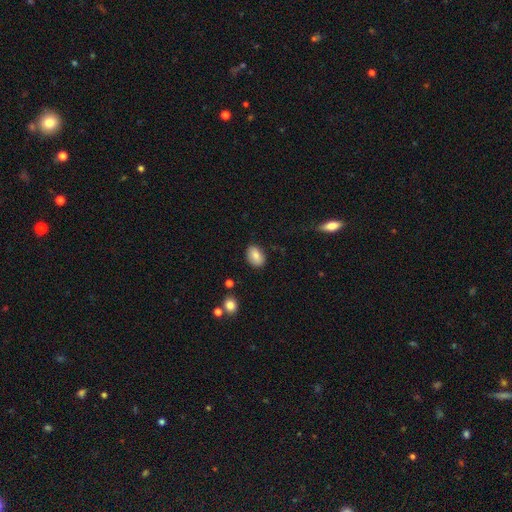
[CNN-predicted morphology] Smooth or featured? smooth (83%)
How rounded? in between (84%)
Merging? none (84%)